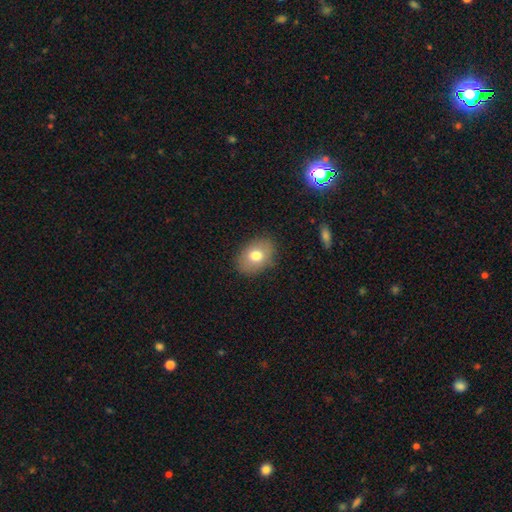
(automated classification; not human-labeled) smooth 75%, featured or disk 16%, star or artifact 9%. Down the decision tree: how rounded — in between (74%); merging — none (84%).